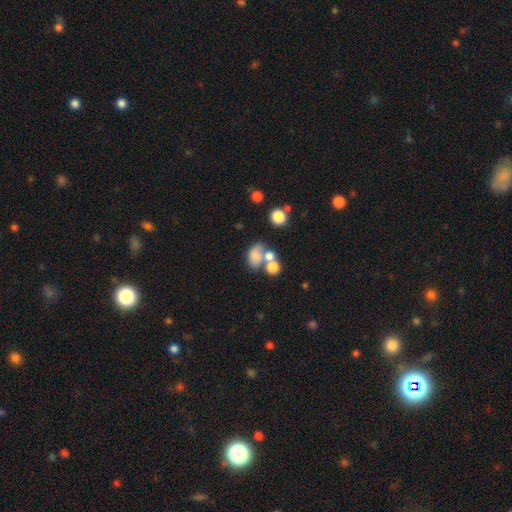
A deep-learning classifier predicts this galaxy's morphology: A smooth galaxy with no disk features (68%) that is in between round and cigar-shaped (68%). Merging: merger (47%).